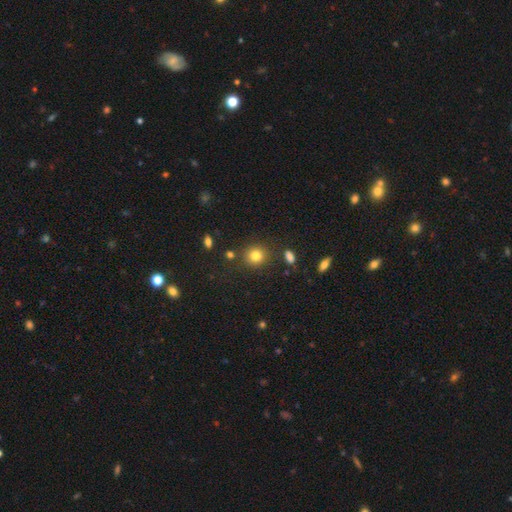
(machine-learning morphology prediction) A smooth galaxy with no disk features (82%) that is round (86%). Merging: none (83%).